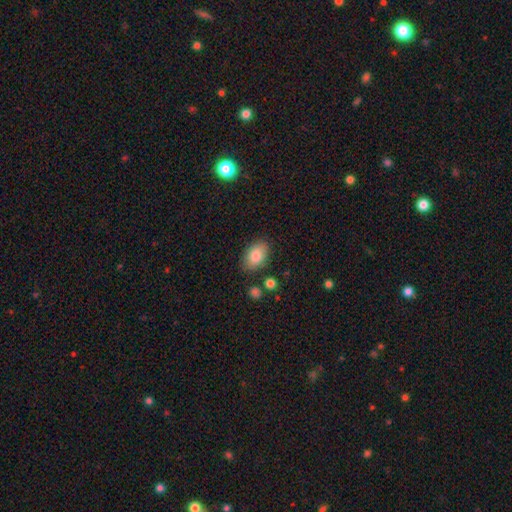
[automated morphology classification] Smooth or featured?
  - smooth: 83% *
  - featured or disk: 10%
  - star or artifact: 7%
How rounded?
  - in between: 89% *
  - round: 10%
  - cigar-shaped: 1%
Merging?
  - none: 82% *
  - minor disturbance: 13%
  - major disturbance: 3%
  - merger: 3%